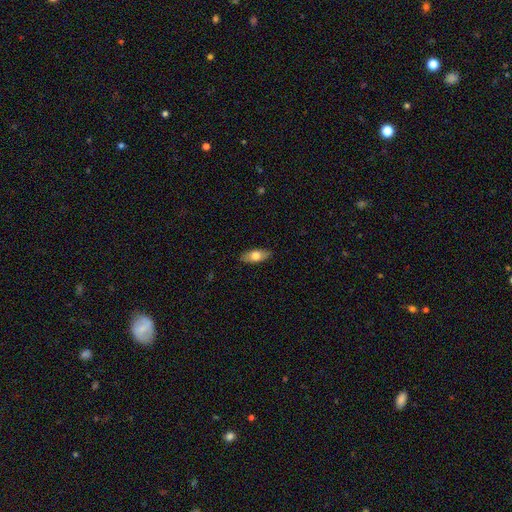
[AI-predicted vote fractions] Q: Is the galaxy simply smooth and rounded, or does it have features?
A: smooth — 71%.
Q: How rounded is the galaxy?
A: in between — 83%.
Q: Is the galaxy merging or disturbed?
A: none — 87%.